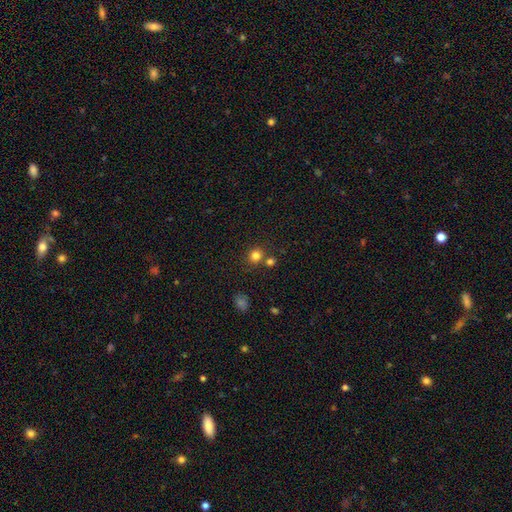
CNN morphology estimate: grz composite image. It shows a smooth galaxy with no disk features (80%) that is round (87%). Merging: none (72%).